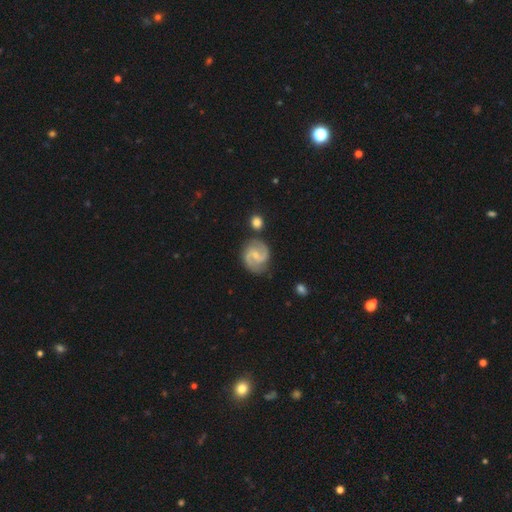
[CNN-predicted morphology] Smooth or featured? featured or disk (87%)
Edge-on disk? no (98%)
Bar? weak (49%)
Spiral arms? yes (98%)
Spiral winding? medium (59%)
Spiral arm count? 2 (93%)
Bulge size? small (66%)
Merging? none (78%)